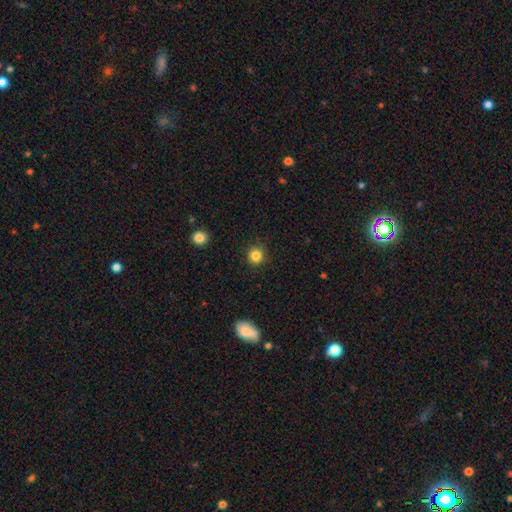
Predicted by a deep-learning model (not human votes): Overall: smooth (84%). How rounded: round (93%). Merging: none (88%).